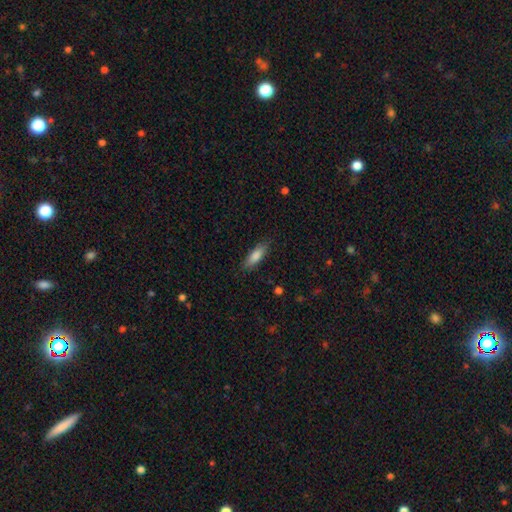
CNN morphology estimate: This is clearly a smooth galaxy (83%). How rounded: possibly in between (53%). Merging: clearly none (84%).